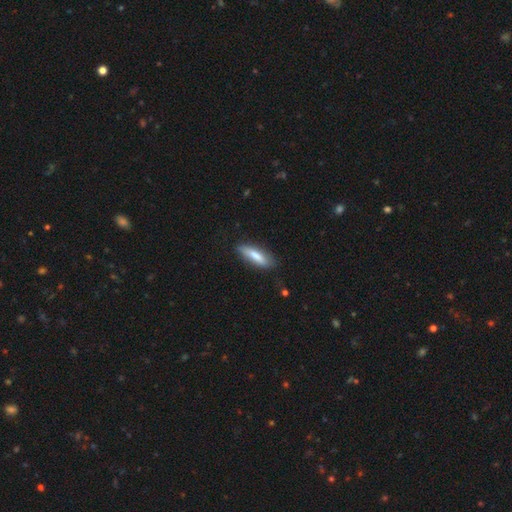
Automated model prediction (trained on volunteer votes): Overall: smooth (75%). How rounded: cigar-shaped (58%; in between 40%). Merging: none (76%).